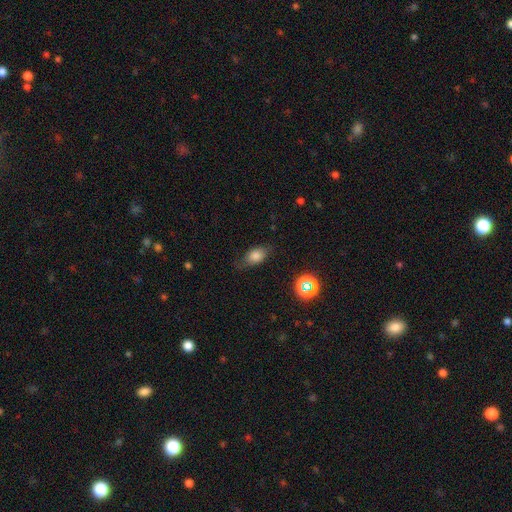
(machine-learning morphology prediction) smooth_or_featured: smooth (p=0.76) [alt: featured or disk p=0.12]
how_rounded: in between (p=0.80) [alt: round p=0.16]
merging: none (p=0.65) [alt: minor disturbance p=0.25]